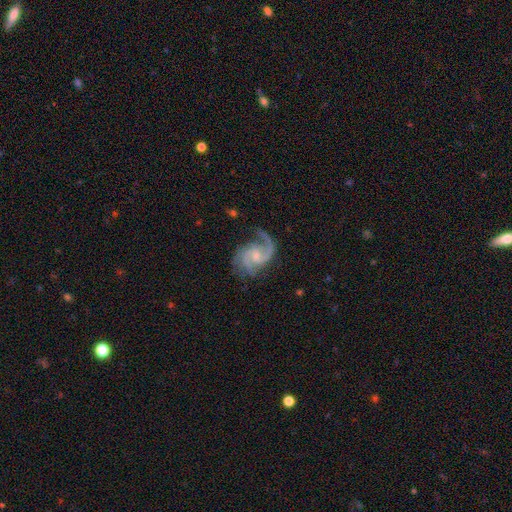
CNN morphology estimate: This is clearly a featured or disk galaxy (92%). It is clearly not viewed edge-on (98%). Bar: possibly no (49%). Spiral arm pattern: clearly yes (98%). Spiral arm count: likely 2 (79%). Spiral winding: possibly medium (58%). Central bulge: possibly small (57%). Merging: likely none (68%).